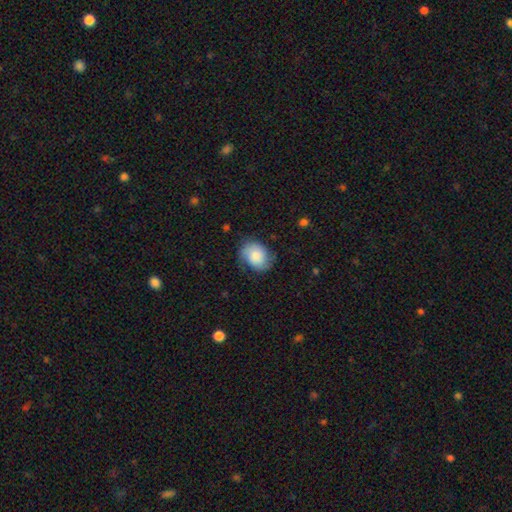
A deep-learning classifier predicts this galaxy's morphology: Smooth or featured? smooth (69%)
How rounded? in between (59%)
Merging? none (68%)